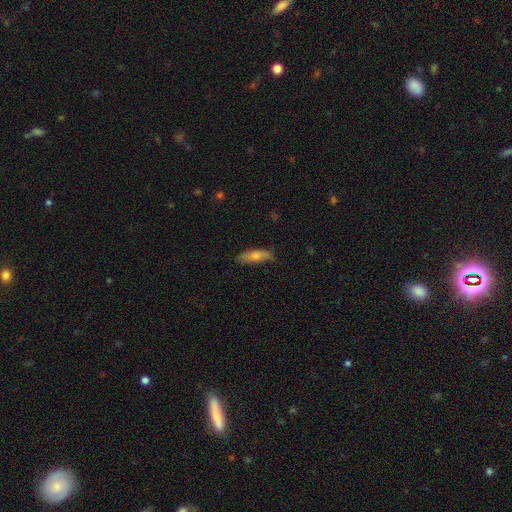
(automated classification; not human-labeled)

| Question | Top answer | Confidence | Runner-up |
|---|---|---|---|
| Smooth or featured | smooth | 66% | featured or disk (27%) |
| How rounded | cigar-shaped | 50% | in between (48%) |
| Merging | none | 71% | minor disturbance (23%) |